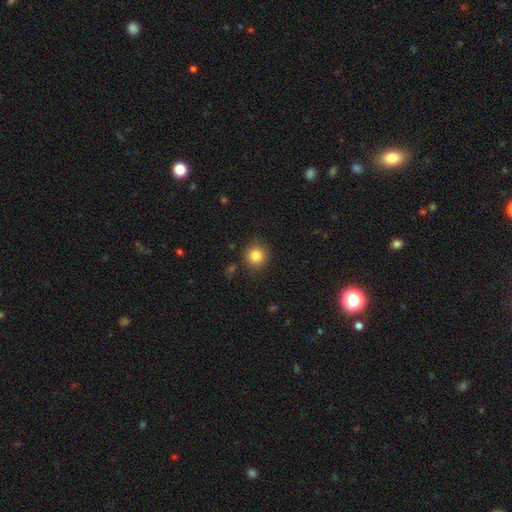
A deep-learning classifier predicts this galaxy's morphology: Smooth or featured? Predicted: smooth (p=0.85). How rounded? Predicted: round (p=0.91). Merging? Predicted: none (p=0.86).